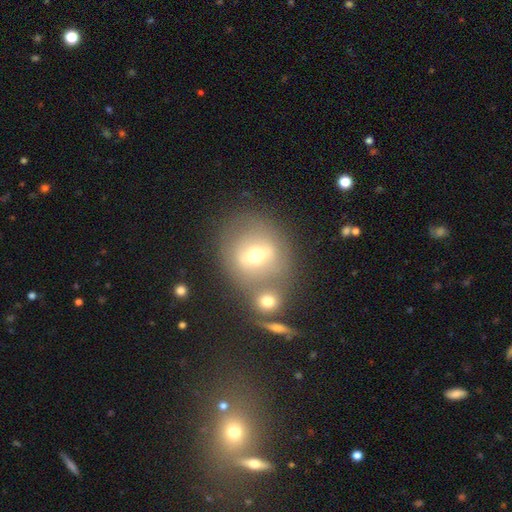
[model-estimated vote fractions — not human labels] Smooth or featured?
  - featured or disk: 46% *
  - smooth: 42%
  - star or artifact: 12%
Merging?
  - none: 58% *
  - merger: 21%
  - minor disturbance: 14%
  - major disturbance: 7%